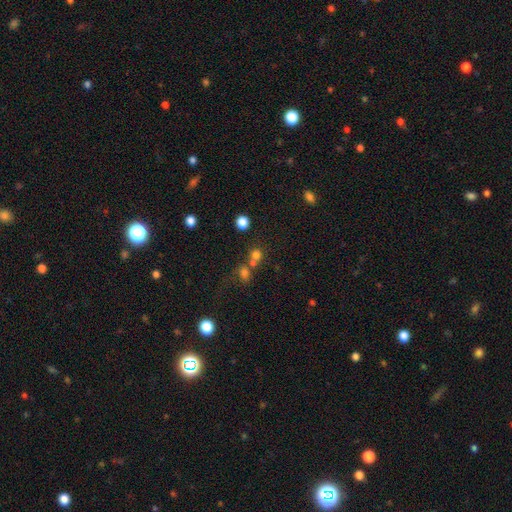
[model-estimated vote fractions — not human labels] smooth 70%, star or artifact 20%, featured or disk 10%. Down the decision tree: how rounded — round (83%); merging — none (49%).